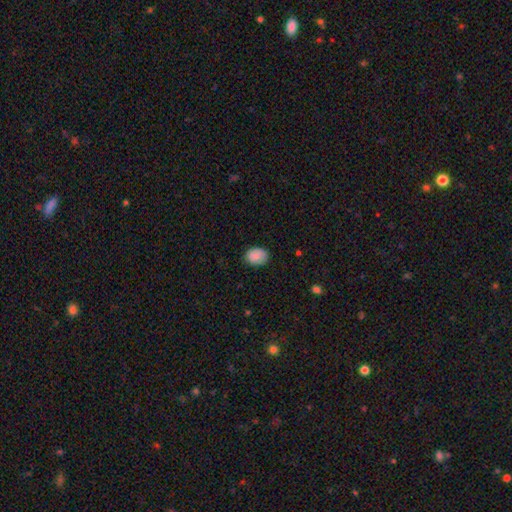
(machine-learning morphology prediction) This appears to be a smooth galaxy with no disk features (87%) that is in between round and cigar-shaped (60%). Merging: none (81%).